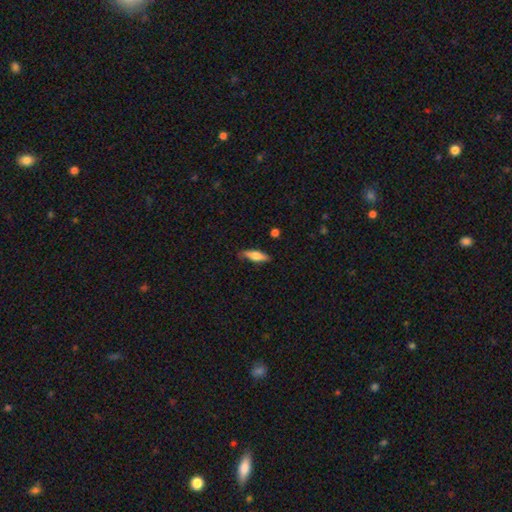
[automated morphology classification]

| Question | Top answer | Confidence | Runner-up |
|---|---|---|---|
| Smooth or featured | smooth | 65% | featured or disk (29%) |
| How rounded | cigar-shaped | 57% | in between (41%) |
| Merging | none | 83% | minor disturbance (13%) |